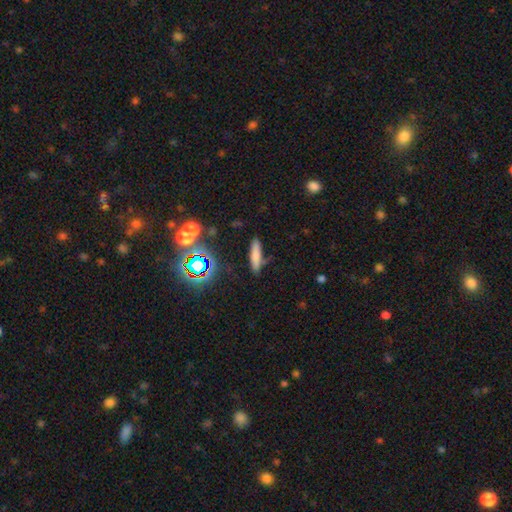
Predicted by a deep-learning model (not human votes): The model was most divided on "how rounded": cigar-shaped: 76%, in between: 21%, round: 3%. More confident: merging — none (79%); smooth or featured — smooth (71%).